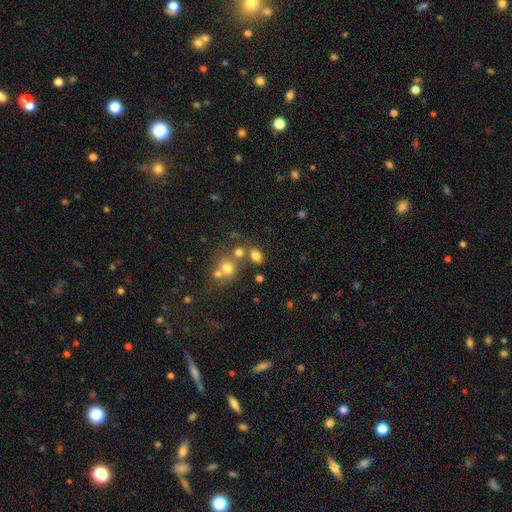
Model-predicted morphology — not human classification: Smooth or featured: smooth — 75% (star or artifact — 16%)
How rounded: in between — 66% (round — 32%)
Merging: none — 60% (merger — 22%)